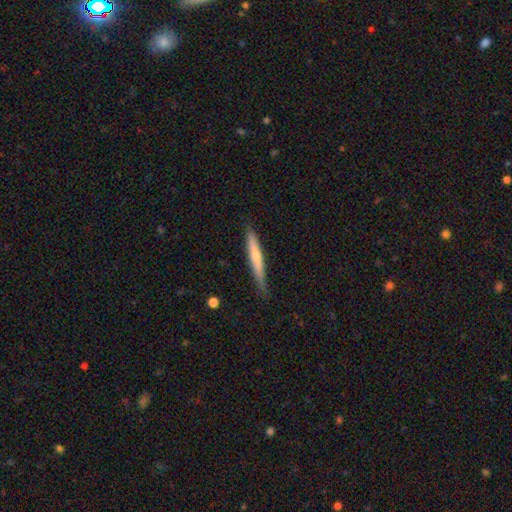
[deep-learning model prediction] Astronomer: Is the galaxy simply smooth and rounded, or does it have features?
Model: smooth — 52% (runner-up: featured or disk, 42%).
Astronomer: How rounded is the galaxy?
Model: cigar-shaped — 94%.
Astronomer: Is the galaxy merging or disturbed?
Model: none — 79%.